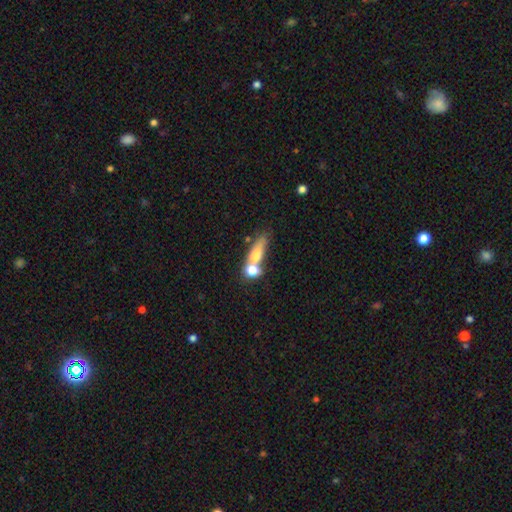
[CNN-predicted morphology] Overall: smooth (65%; featured or disk 25%). How rounded: in between (45%; cigar-shaped 33%). Merging: merger (52%; none 28%).